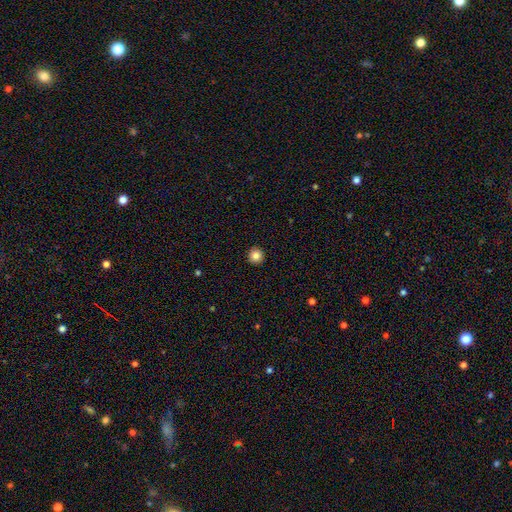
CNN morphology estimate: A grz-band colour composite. It shows a smooth galaxy with no disk features (84%) that is round (96%). Merging: none (94%).